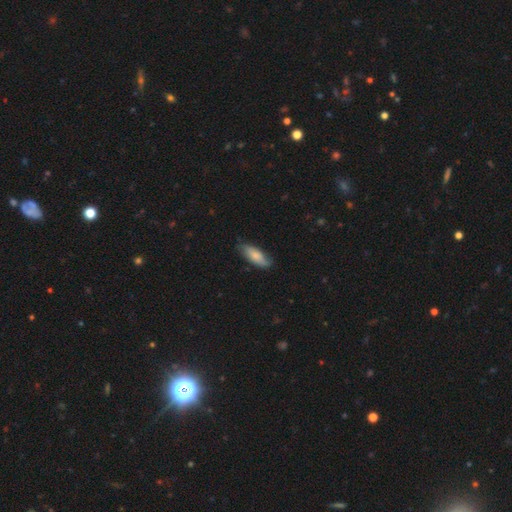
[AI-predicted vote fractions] smooth 79%, featured or disk 15%, star or artifact 6%. Down the decision tree: how rounded — in between (64%); merging — none (74%).